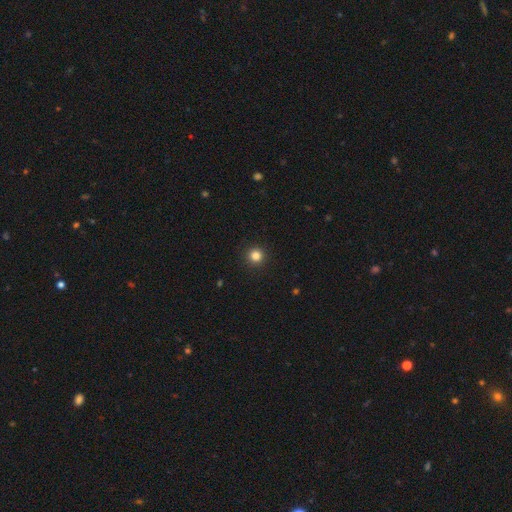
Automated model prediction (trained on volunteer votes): A smooth galaxy with no disk features (84%) that is round (96%).

Vote fractions:
- Smooth or featured? smooth: 84% / star or artifact: 12% / featured or disk: 4%
- How rounded? round: 96% / in between: 3% / cigar-shaped: 1%
- Merging? none: 93% / minor disturbance: 4% / major disturbance: 2% / merger: 1%